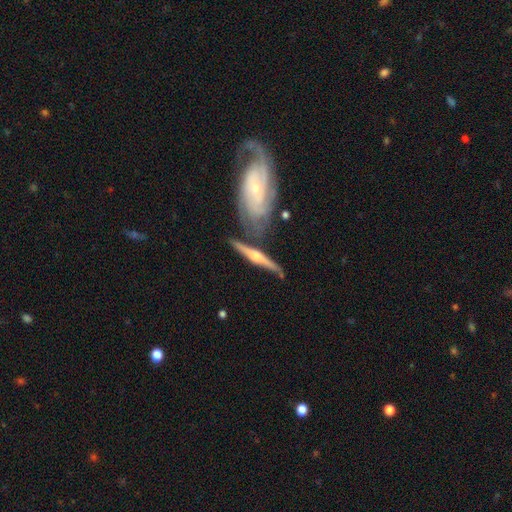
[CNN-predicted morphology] type=featured or disk (80%); edge-on=yes (93%); edge-on bulge=rounded (90%); merging=none (63%).